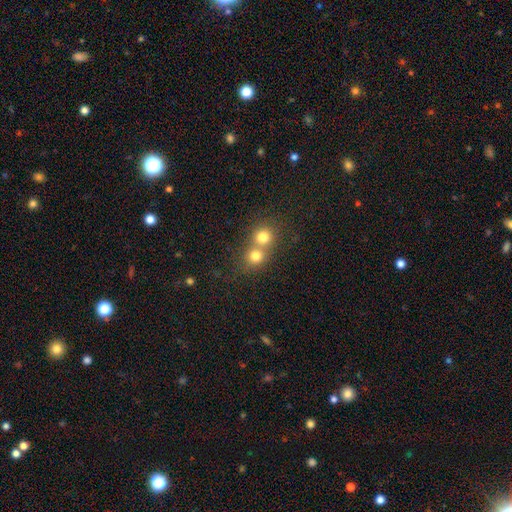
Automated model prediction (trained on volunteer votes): Morphology: type=smooth (75%); roundness=round (85%); merging=merger (58%).